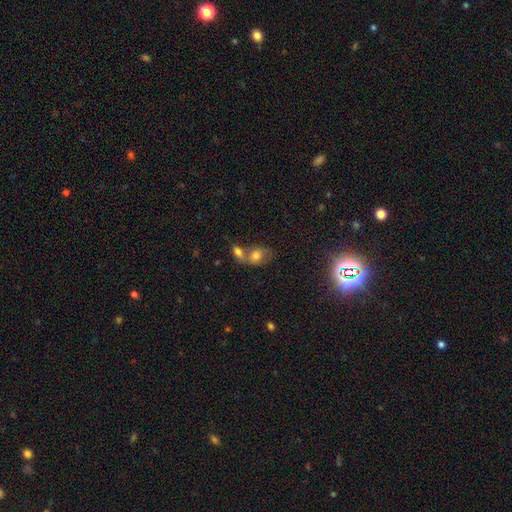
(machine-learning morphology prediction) smooth-or-featured: smooth: 68% | featured or disk: 21% | star or artifact: 11%
  how-rounded: in between: 66% | round: 32% | cigar-shaped: 2%
  merging: merger: 60% | none: 25% | minor disturbance: 10% | major disturbance: 6%